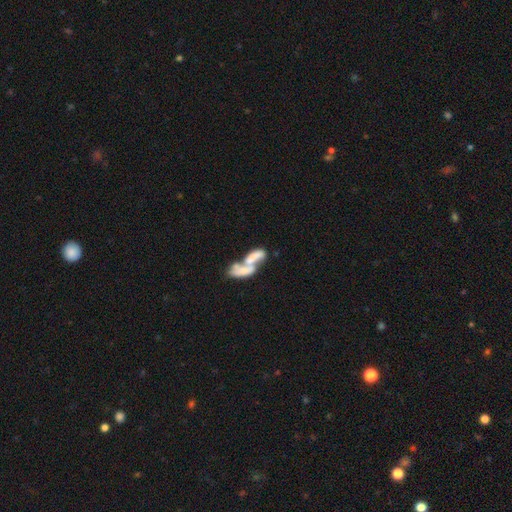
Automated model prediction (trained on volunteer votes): The model was most divided on "smooth or featured": featured or disk: 47%, smooth: 44%, star or artifact: 9%. More confident: merging — merger (71%).